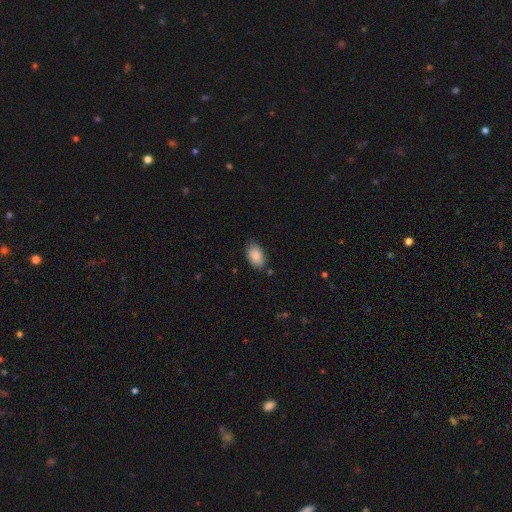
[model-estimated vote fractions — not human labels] Smooth or featured: smooth — 88% (star or artifact — 7%)
How rounded: in between — 91% (round — 7%)
Merging: none — 78% (minor disturbance — 17%)